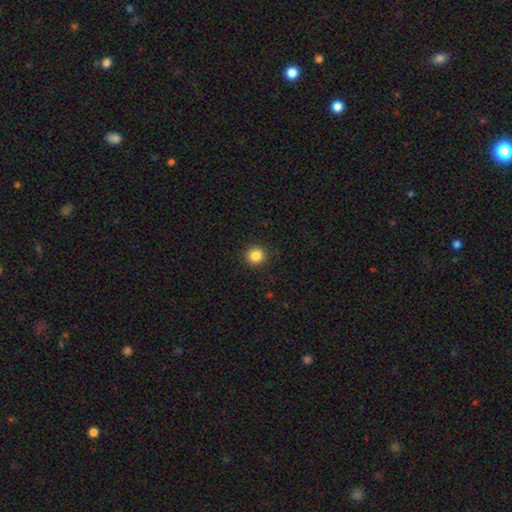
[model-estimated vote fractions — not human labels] Smooth or featured? smooth (85%)
How rounded? round (92%)
Merging? none (91%)